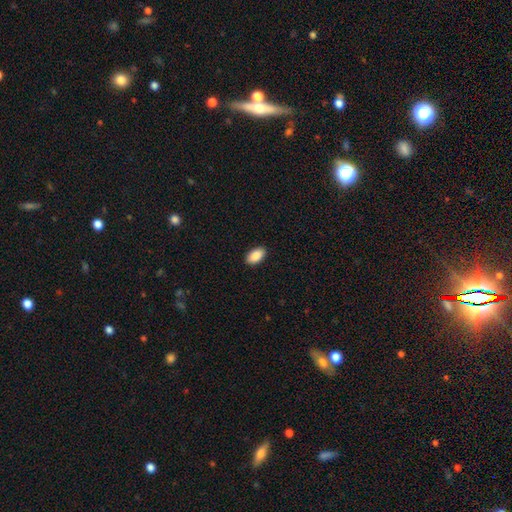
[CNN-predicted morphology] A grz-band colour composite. It shows a smooth galaxy with no disk features (90%) that is in between round and cigar-shaped (95%). Merging: none (90%).